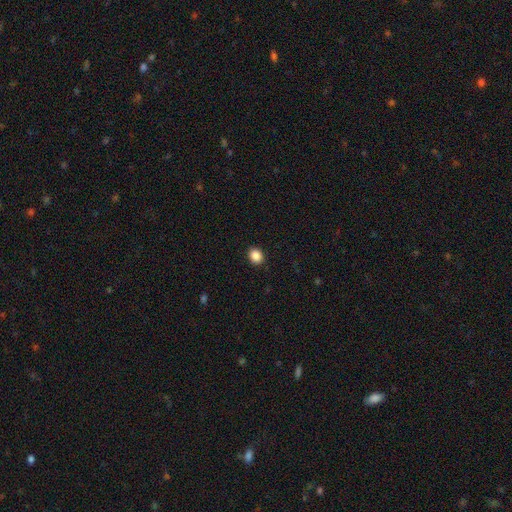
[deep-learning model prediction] Smooth or featured: smooth — 88% (star or artifact — 10%)
How rounded: round — 64% (in between — 36%)
Merging: none — 91% (minor disturbance — 6%)